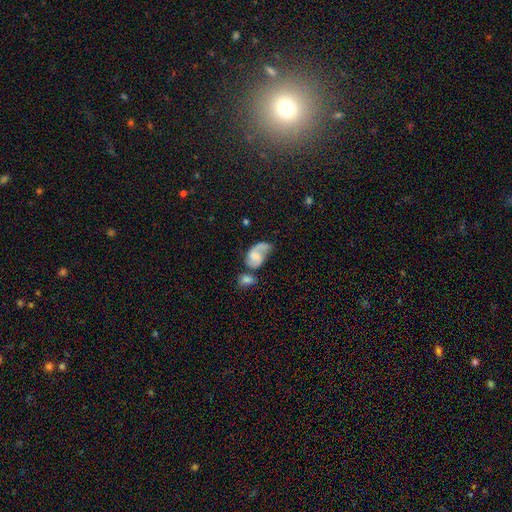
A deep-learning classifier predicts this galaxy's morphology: type=featured or disk (63%); edge-on=no (97%); bar=no (51%); spiral arms=yes (87%); winding=loose (49%); arm count=2 (60%); bulge=none (35%); merging=merger (31%).